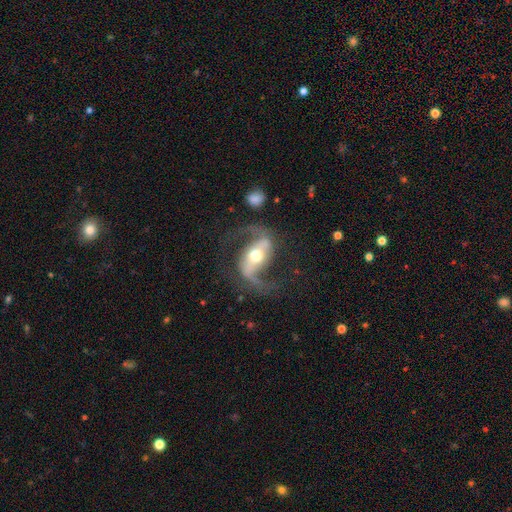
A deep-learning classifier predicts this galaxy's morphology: A featured or disk galaxy (90%) with a strong bar (53%), 2 (93%) loose (55%) spiral arms (95%) and a moderate central bulge (71%).

Vote fractions:
- Smooth or featured? featured or disk: 90% / smooth: 6% / star or artifact: 4%
- Edge-on disk? no: 96% / yes: 4%
- Bar? strong: 53% / weak: 28% / no: 19%
- Spiral arms? yes: 95% / no: 5%
- Spiral winding? loose: 55% / medium: 37% / tight: 7%
- Spiral arm count? 2: 93% / 1: 2% / can't tell: 2% / 3: 1% / 4: 1% / more than 4: 1%
- Bulge size? moderate: 71% / small: 14% / large: 12% / dominant: 2% / none: 1%
- Merging? none: 72% / minor disturbance: 13% / major disturbance: 12% / merger: 2%